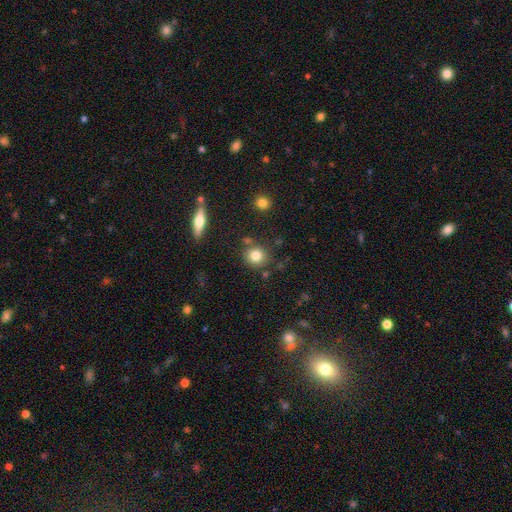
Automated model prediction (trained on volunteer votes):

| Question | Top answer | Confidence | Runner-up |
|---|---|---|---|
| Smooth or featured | smooth | 80% | star or artifact (10%) |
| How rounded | round | 87% | in between (11%) |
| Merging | none | 80% | minor disturbance (9%) |